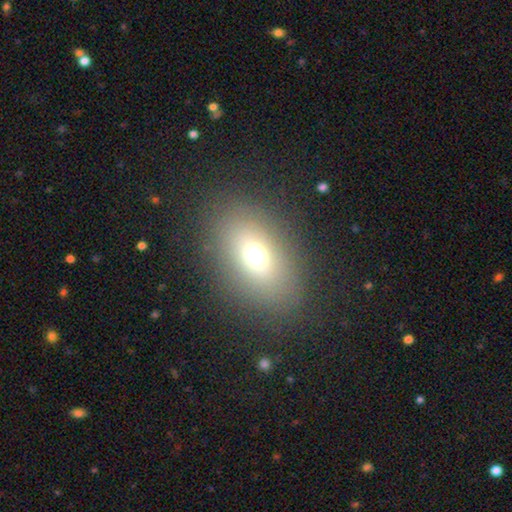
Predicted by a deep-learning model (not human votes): Overall: smooth (65%). How rounded: in between (71%). Merging: none (84%).